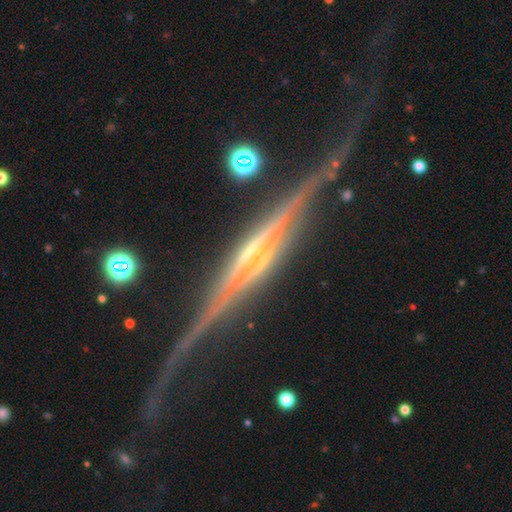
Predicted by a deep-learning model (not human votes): This is clearly a featured or disk galaxy (91%). It is clearly viewed edge-on (97%). Edge-on bulge: possibly rounded (59%). Merging: likely none (79%).